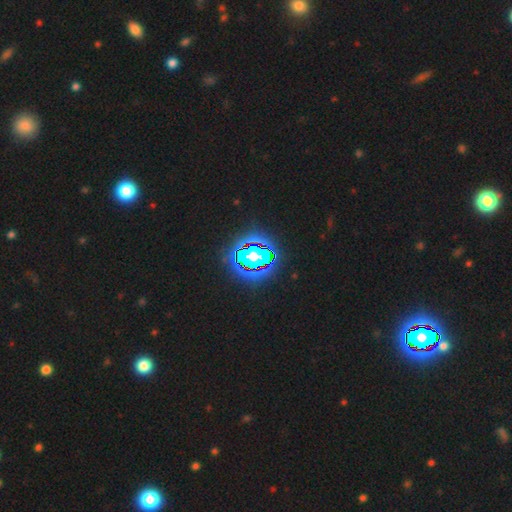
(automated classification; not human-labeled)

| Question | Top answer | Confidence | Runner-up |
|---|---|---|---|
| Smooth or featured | star or artifact | 62% | featured or disk (21%) |